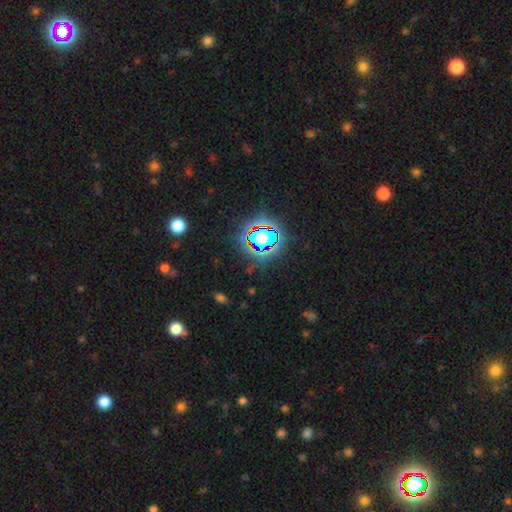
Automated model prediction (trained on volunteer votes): Overall: star or artifact (79%).